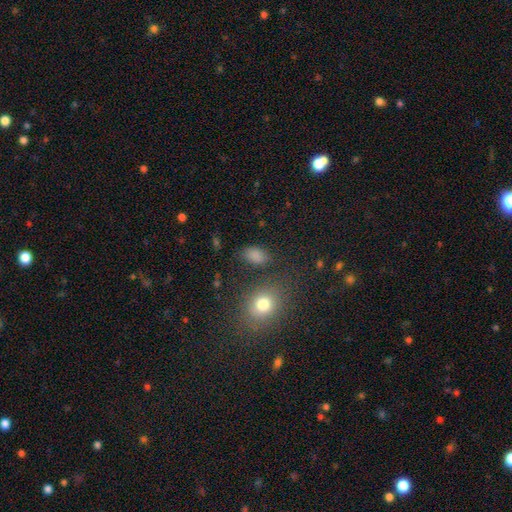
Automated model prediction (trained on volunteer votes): The model was most divided on "merging": none: 75%, minor disturbance: 15%, major disturbance: 6%, merger: 4%. More confident: how rounded — in between (85%); smooth or featured — smooth (82%).